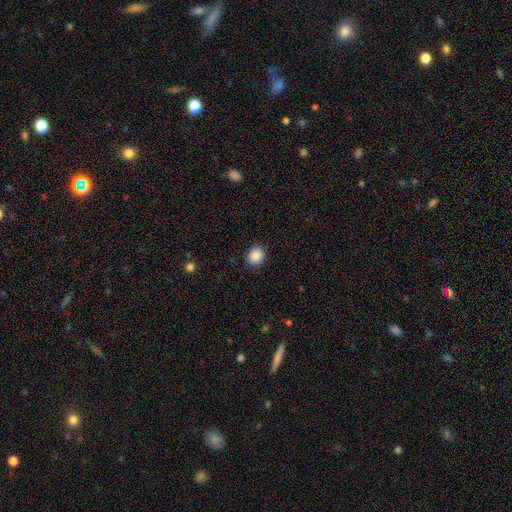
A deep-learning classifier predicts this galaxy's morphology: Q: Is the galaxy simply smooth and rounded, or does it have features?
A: smooth — 89%.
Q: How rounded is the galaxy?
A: round — 73%.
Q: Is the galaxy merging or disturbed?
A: none — 90%.